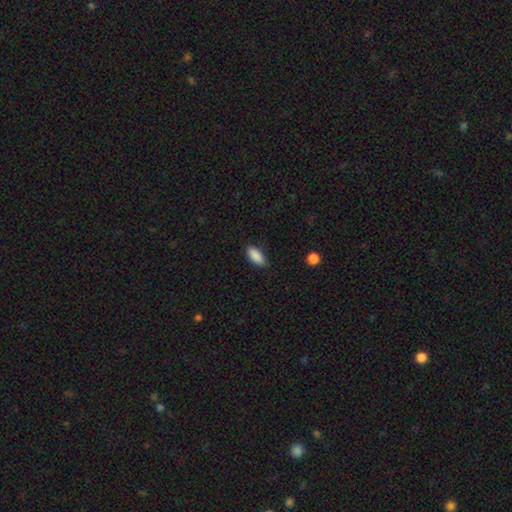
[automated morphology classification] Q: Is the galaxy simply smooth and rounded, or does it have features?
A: smooth — 89%.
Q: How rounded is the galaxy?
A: in between — 84%.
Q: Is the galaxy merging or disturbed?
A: none — 83%.